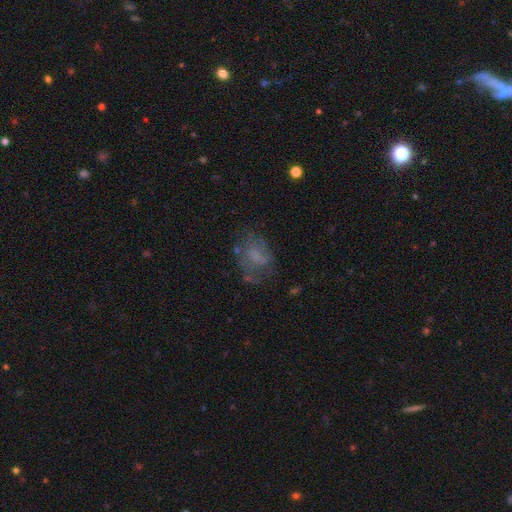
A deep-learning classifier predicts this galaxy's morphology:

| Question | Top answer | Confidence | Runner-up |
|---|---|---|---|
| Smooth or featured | smooth | 45% | featured or disk (41%) |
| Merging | none | 50% | major disturbance (23%) |